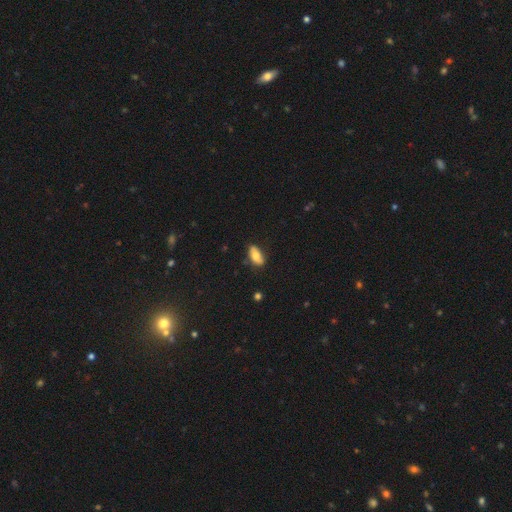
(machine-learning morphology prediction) smooth 73%, featured or disk 19%, star or artifact 7%. Down the decision tree: how rounded — in between (87%); merging — none (79%).